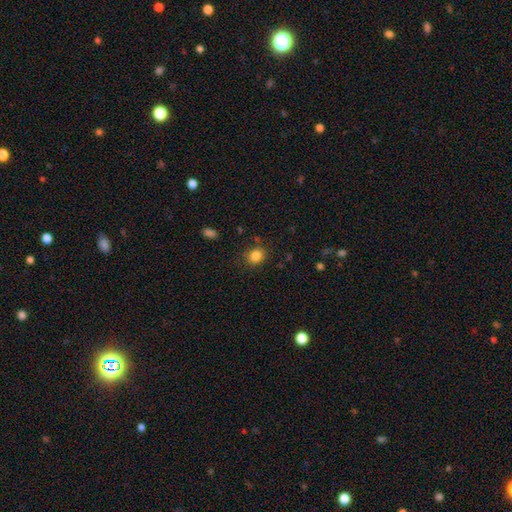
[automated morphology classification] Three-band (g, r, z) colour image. It shows a smooth galaxy with no disk features (84%) that is round (65%). Merging: none (81%).